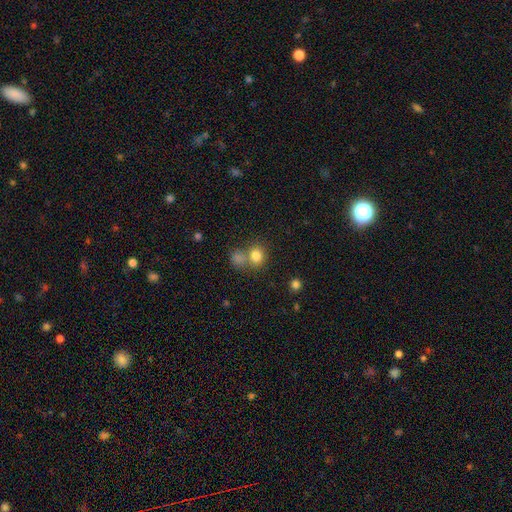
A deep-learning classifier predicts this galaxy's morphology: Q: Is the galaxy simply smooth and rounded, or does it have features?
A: smooth — 80%.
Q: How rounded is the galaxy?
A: round — 75%.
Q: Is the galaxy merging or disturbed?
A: none — 52%.